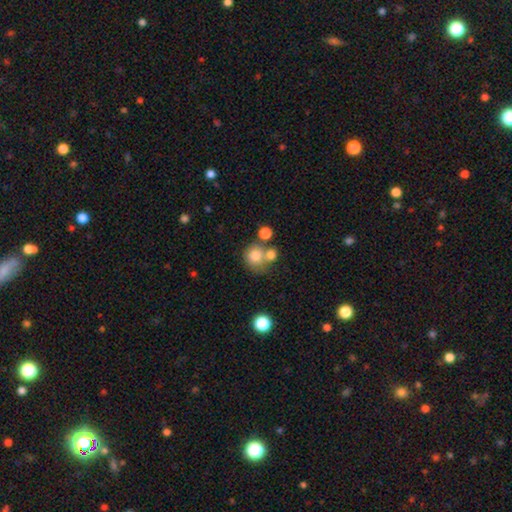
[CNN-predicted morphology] Smooth or featured?
  - smooth: 76% *
  - featured or disk: 13%
  - star or artifact: 11%
How rounded?
  - round: 86% *
  - in between: 13%
  - cigar-shaped: 1%
Merging?
  - none: 48% *
  - merger: 36%
  - minor disturbance: 10%
  - major disturbance: 5%